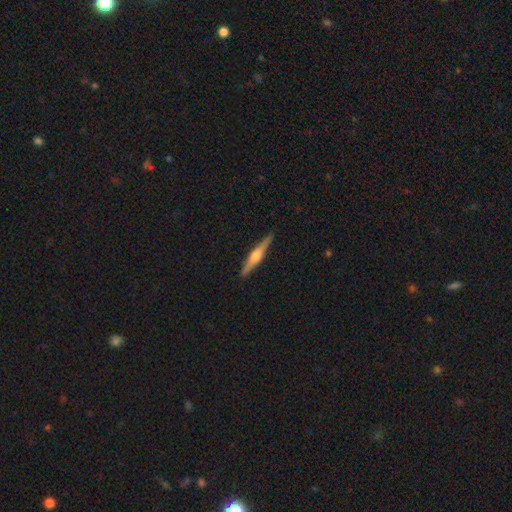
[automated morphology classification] This is likely a featured or disk galaxy (70%). It is clearly viewed edge-on (98%). Edge-on bulge: likely rounded (76%). Merging: clearly none (91%).